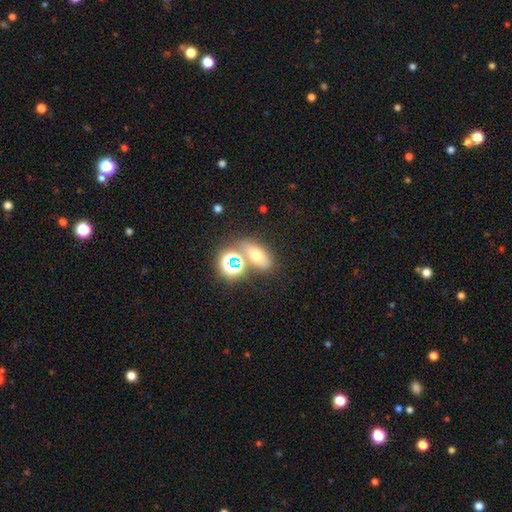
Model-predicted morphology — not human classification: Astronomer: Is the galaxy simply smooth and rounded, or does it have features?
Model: smooth — 57%.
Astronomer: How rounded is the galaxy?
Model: in between — 66%.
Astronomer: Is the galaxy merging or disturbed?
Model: none — 62%.